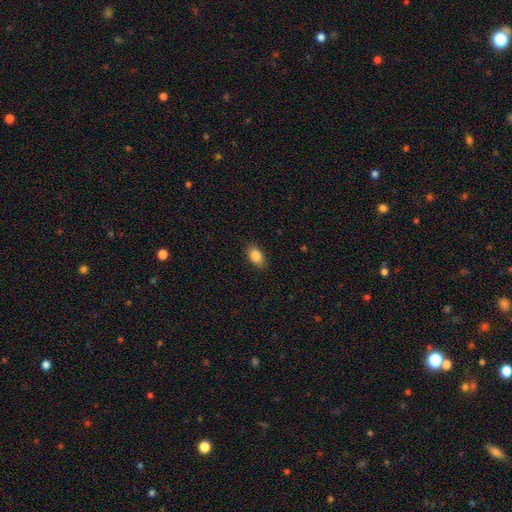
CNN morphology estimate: Q: Smooth or featured?
A: smooth (87%); runner-up: star or artifact (8%)
Q: How rounded?
A: in between (90%); runner-up: round (8%)
Q: Merging?
A: none (87%); runner-up: minor disturbance (10%)